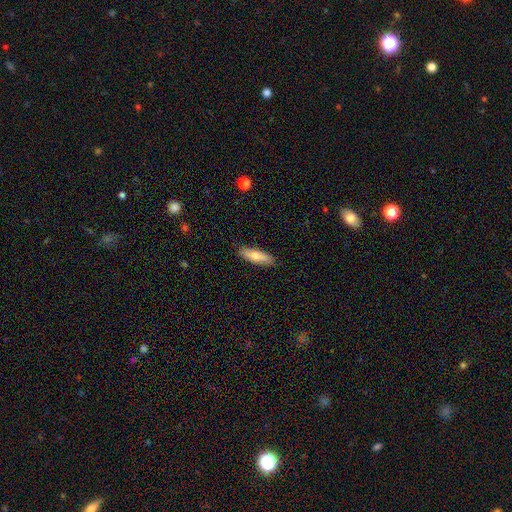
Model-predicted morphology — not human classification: The model was most divided on "how rounded": cigar-shaped: 56%, in between: 42%, round: 2%. More confident: merging — none (88%); smooth or featured — smooth (72%).